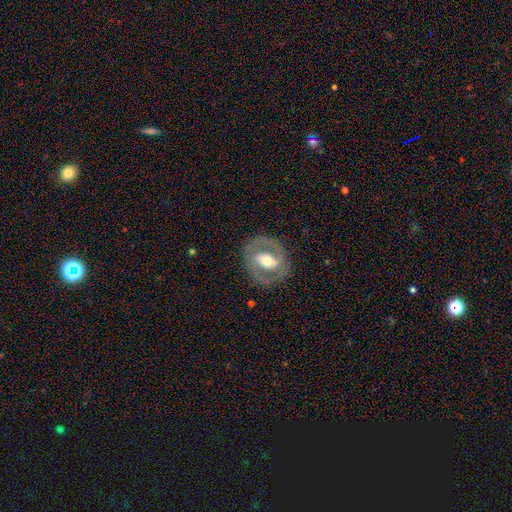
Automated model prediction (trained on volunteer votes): Smooth or featured: featured or disk — 66% (smooth — 24%)
Edge-on disk: no — 92% (yes — 8%)
Bar: no — 38% (weak — 34%)
Spiral arms: no — 59% (yes — 41%)
Bulge size: moderate — 66% (large — 20%)
Merging: none — 84% (minor disturbance — 10%)